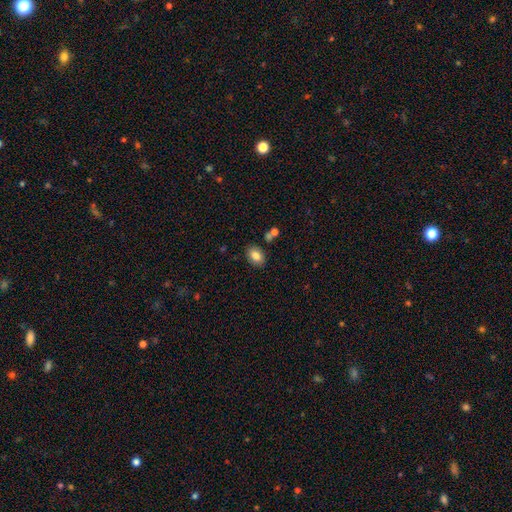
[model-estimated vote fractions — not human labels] smooth-or-featured: smooth: 82% | featured or disk: 9% | star or artifact: 9%
  how-rounded: in between: 77% | round: 22% | cigar-shaped: 1%
  merging: none: 83% | minor disturbance: 10% | merger: 4% | major disturbance: 2%